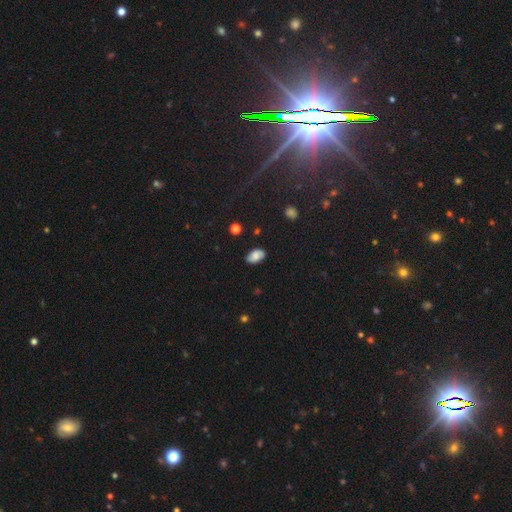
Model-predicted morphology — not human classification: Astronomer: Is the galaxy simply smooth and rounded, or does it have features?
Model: smooth — 69%.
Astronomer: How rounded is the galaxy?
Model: in between — 91%.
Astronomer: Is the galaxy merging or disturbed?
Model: none — 79%.